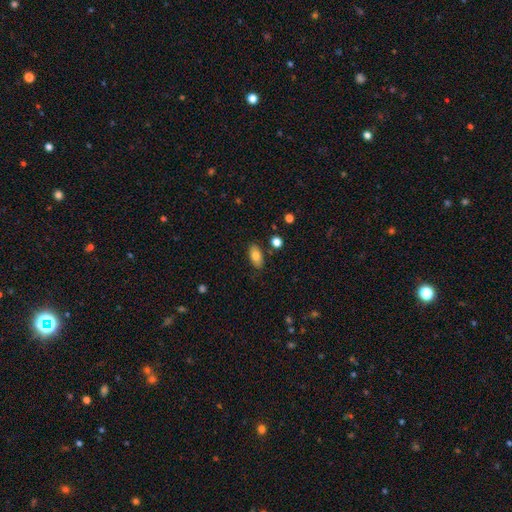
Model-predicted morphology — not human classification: A smooth galaxy with no disk features (78%) that is in between round and cigar-shaped (90%). Merging: none (83%).